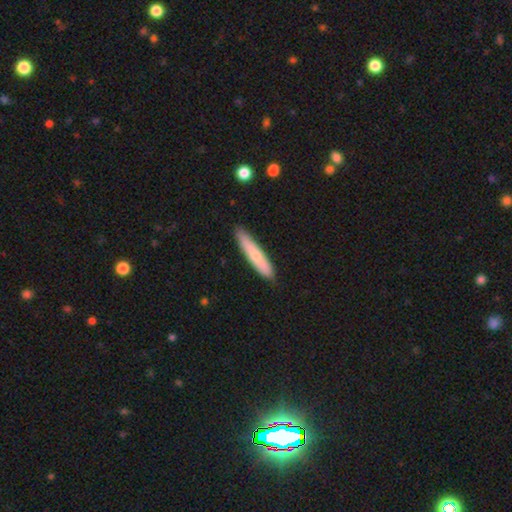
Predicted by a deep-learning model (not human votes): A smooth galaxy with no disk features (66%) that is cigar-shaped (89%).

Vote fractions:
- Smooth or featured? smooth: 66% / featured or disk: 29% / star or artifact: 5%
- How rounded? cigar-shaped: 89% / in between: 10% / round: 1%
- Merging? none: 87% / minor disturbance: 10% / major disturbance: 2% / merger: 1%